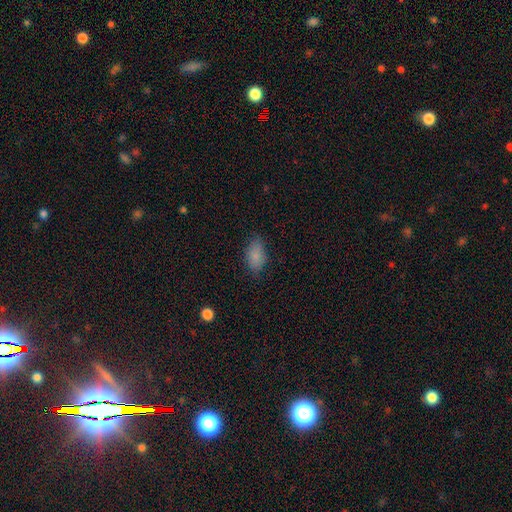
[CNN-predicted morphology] Smooth or featured? Predicted: smooth (p=0.84). How rounded? Predicted: in between (p=0.91). Merging? Predicted: none (p=0.79).